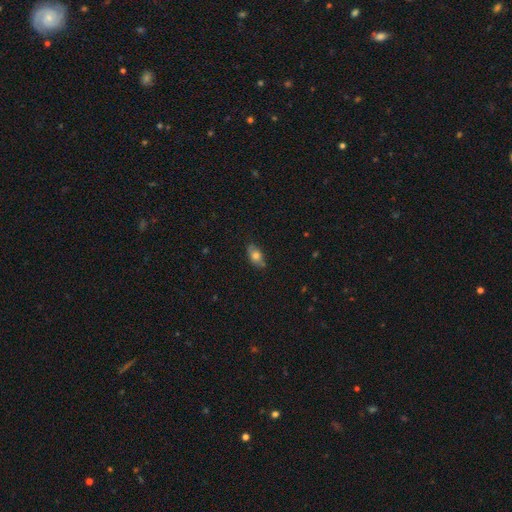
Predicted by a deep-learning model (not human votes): Smooth or featured? smooth (70%)
How rounded? in between (86%)
Merging? none (75%)